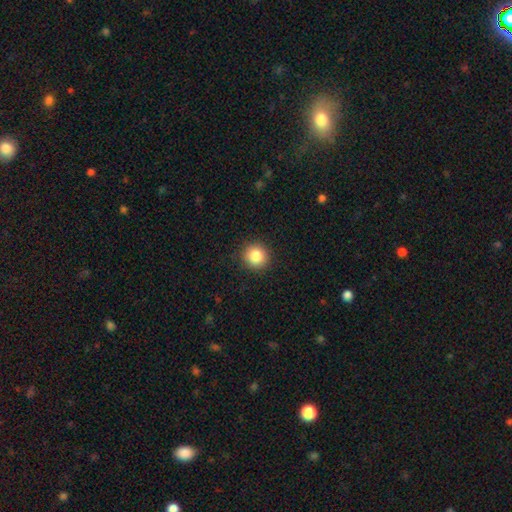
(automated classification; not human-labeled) smooth_or_featured: smooth (p=0.85) [alt: star or artifact p=0.10]
how_rounded: round (p=0.92) [alt: in between p=0.07]
merging: none (p=0.91) [alt: minor disturbance p=0.06]